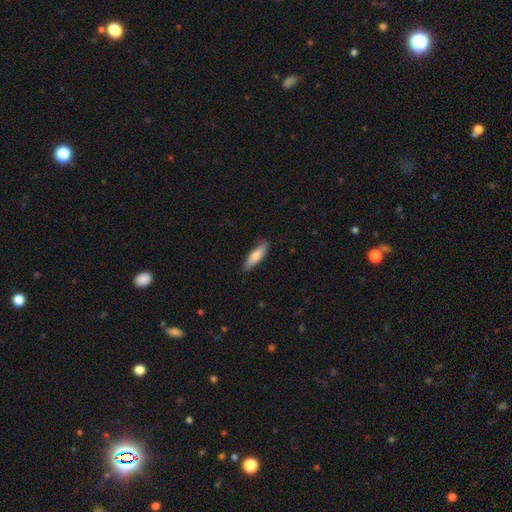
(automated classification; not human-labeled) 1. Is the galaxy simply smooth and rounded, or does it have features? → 79% smooth, 16% featured or disk, 5% star or artifact.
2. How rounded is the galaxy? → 62% cigar-shaped, 37% in between, 2% round.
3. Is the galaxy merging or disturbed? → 87% none, 11% minor disturbance, 2% major disturbance, 1% merger.